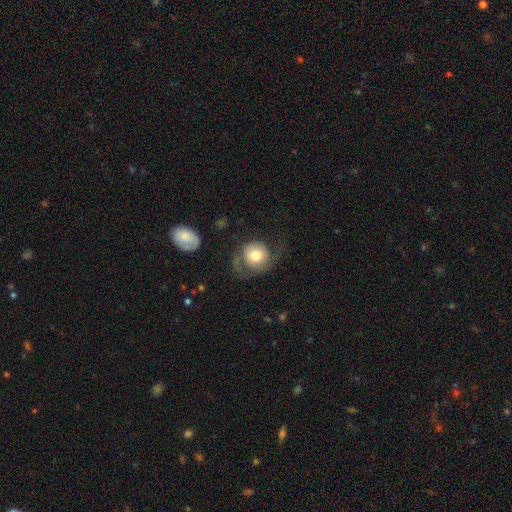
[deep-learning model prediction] Smooth or featured? Predicted: smooth (p=0.62). How rounded? Predicted: round (p=0.87). Merging? Predicted: none (p=0.42).